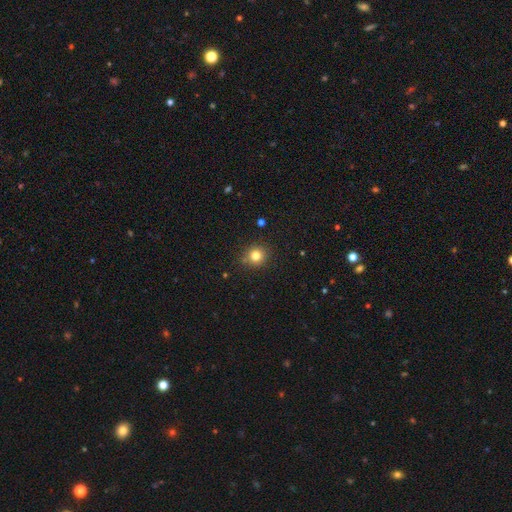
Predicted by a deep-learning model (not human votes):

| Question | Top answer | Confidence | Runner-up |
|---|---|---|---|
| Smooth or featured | smooth | 80% | star or artifact (14%) |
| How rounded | round | 89% | in between (10%) |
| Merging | none | 87% | minor disturbance (8%) |